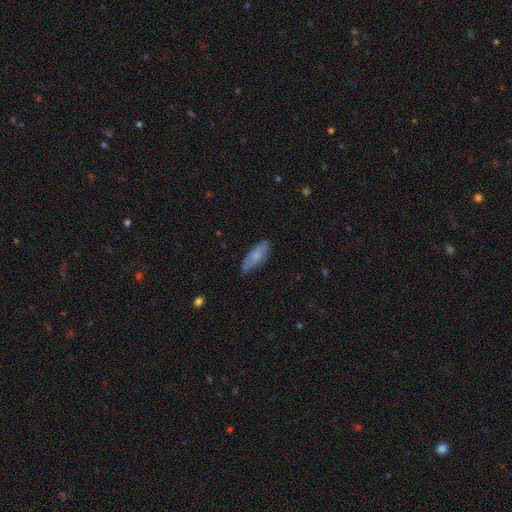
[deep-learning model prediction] Smooth or featured: smooth — 69% (featured or disk — 24%)
How rounded: in between — 64% (cigar-shaped — 34%)
Merging: none — 78% (minor disturbance — 17%)